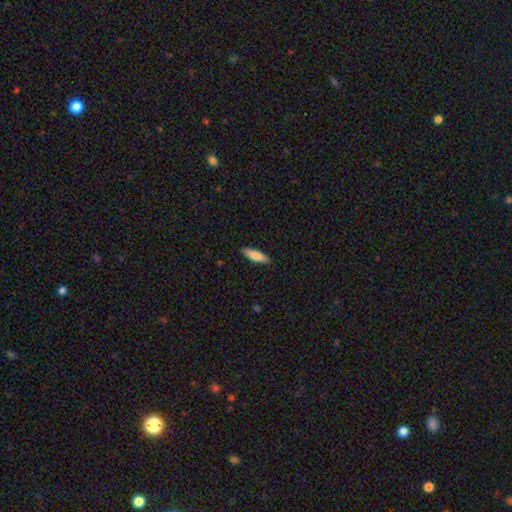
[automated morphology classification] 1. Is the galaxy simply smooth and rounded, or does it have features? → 77% smooth, 17% featured or disk, 6% star or artifact.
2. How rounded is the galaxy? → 52% cigar-shaped, 46% in between, 2% round.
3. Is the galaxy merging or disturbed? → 88% none, 10% minor disturbance, 2% major disturbance, 1% merger.